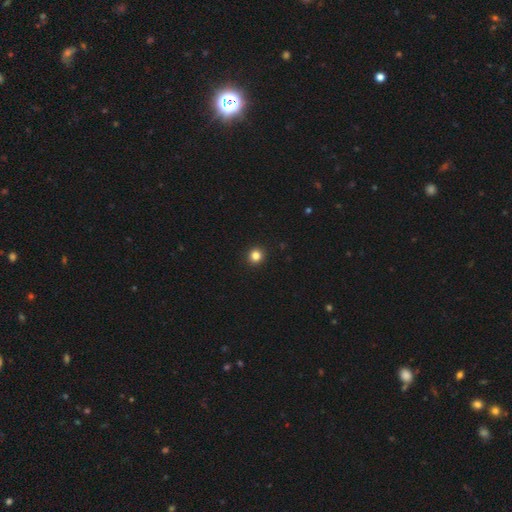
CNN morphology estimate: smooth 84%, star or artifact 12%, featured or disk 4%. Down the decision tree: how rounded — round (92%); merging — none (94%).